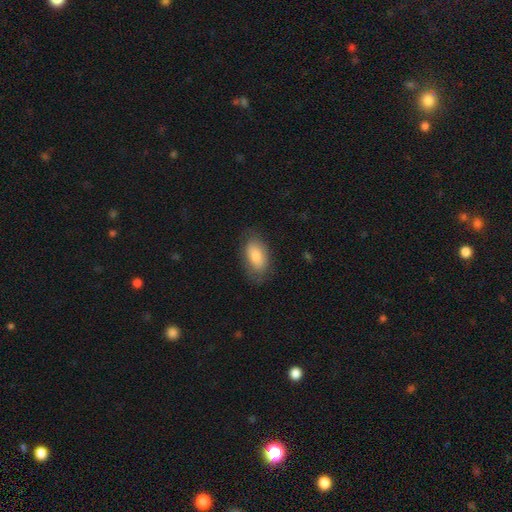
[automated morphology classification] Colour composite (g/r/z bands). It shows a smooth galaxy with no disk features (81%) that is in between round and cigar-shaped (93%). Merging: none (75%).